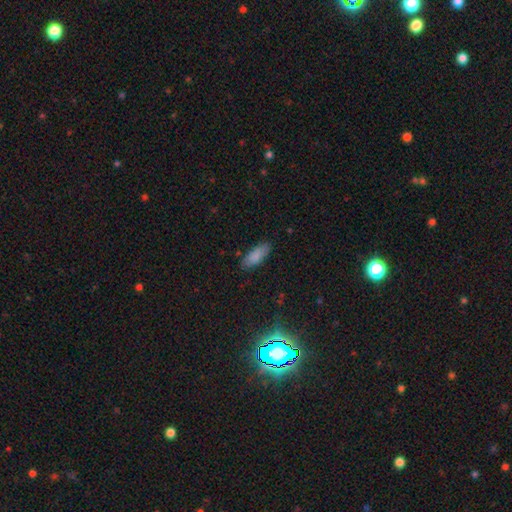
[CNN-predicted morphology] Smooth or featured: smooth — 85% (featured or disk — 7%)
How rounded: in between — 73% (cigar-shaped — 25%)
Merging: none — 82% (minor disturbance — 14%)